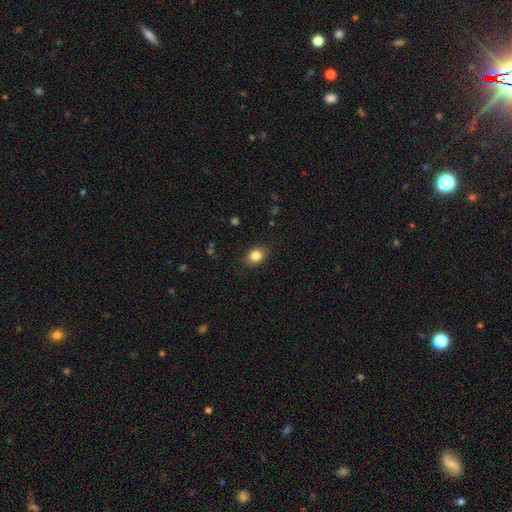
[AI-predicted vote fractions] smooth 84%, star or artifact 9%, featured or disk 7%. Down the decision tree: how rounded — in between (63%); merging — none (87%).